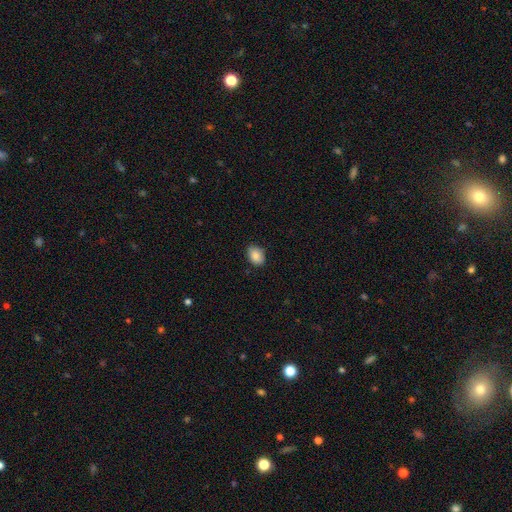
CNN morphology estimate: smooth 86%, star or artifact 8%, featured or disk 6%. Down the decision tree: how rounded — in between (75%); merging — none (83%).